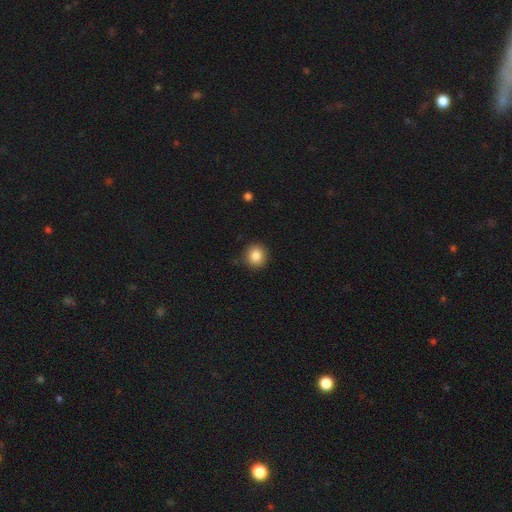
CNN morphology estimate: Overall: smooth (85%). How rounded: round (90%). Merging: none (87%).